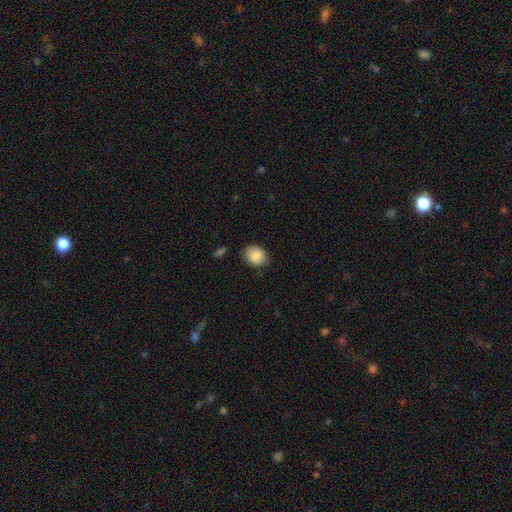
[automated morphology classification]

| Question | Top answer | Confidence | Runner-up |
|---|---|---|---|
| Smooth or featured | smooth | 85% | star or artifact (7%) |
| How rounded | in between | 54% | round (45%) |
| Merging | none | 81% | minor disturbance (15%) |